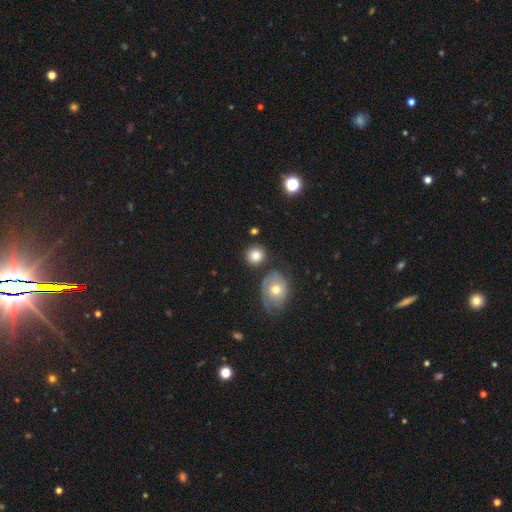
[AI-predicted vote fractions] smooth_or_featured: smooth (p=0.79) [alt: featured or disk p=0.12]
how_rounded: round (p=0.86) [alt: in between p=0.13]
merging: none (p=0.75) [alt: minor disturbance p=0.12]